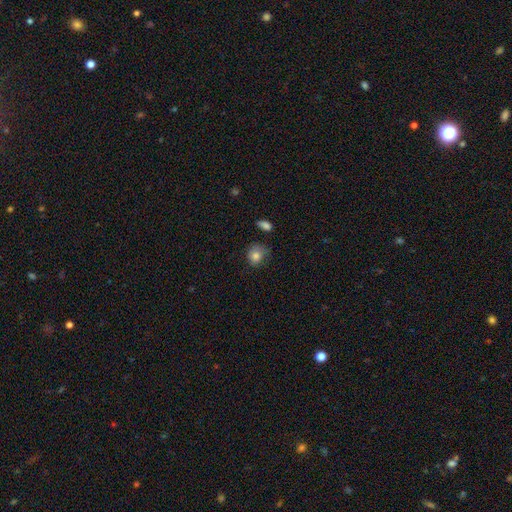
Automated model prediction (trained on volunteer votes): Smooth or featured?
  - smooth: 81% *
  - star or artifact: 10%
  - featured or disk: 9%
How rounded?
  - round: 74% *
  - in between: 25%
  - cigar-shaped: 1%
Merging?
  - none: 52% *
  - minor disturbance: 33%
  - major disturbance: 12%
  - merger: 3%